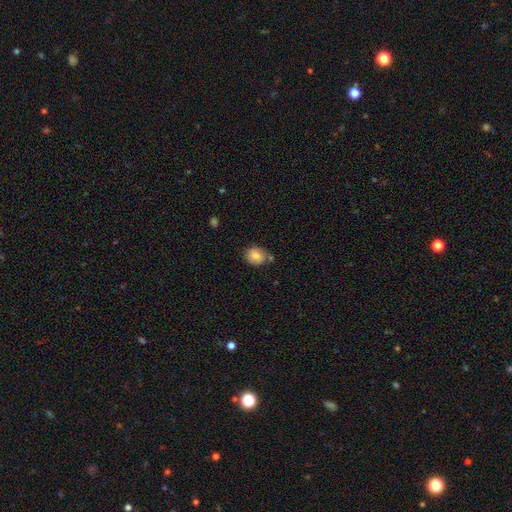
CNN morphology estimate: This is likely a smooth galaxy (79%). How rounded: likely round (71%). Merging: likely none (65%).